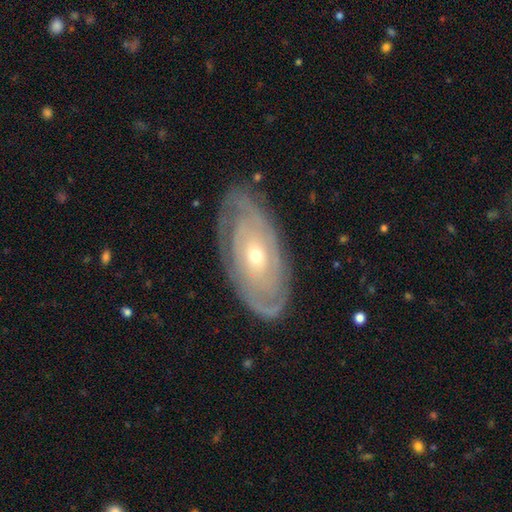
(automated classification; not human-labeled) Q: Smooth or featured?
A: featured or disk (84%); runner-up: smooth (10%)
Q: Edge-on disk?
A: no (92%); runner-up: yes (8%)
Q: Bar?
A: no (75%); runner-up: weak (19%)
Q: Spiral arms?
A: yes (90%); runner-up: no (10%)
Q: Spiral winding?
A: tight (81%); runner-up: medium (15%)
Q: Spiral arm count?
A: can't tell (39%); runner-up: 2 (31%)
Q: Bulge size?
A: small (52%); runner-up: moderate (45%)
Q: Merging?
A: none (82%); runner-up: minor disturbance (13%)